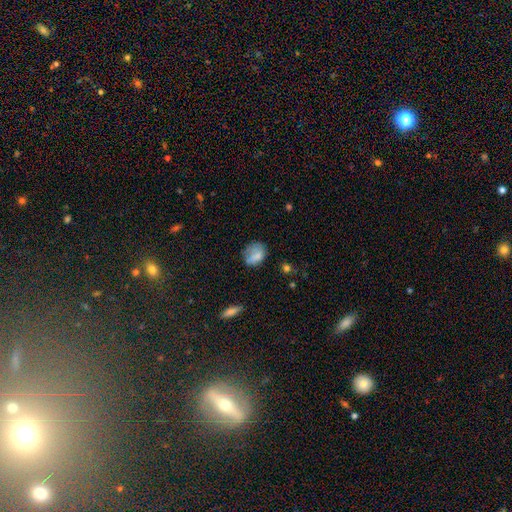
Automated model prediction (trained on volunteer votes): Smooth or featured?
  - smooth: 73% *
  - featured or disk: 17%
  - star or artifact: 10%
How rounded?
  - in between: 53% *
  - round: 45%
  - cigar-shaped: 1%
Merging?
  - none: 49% *
  - minor disturbance: 31%
  - major disturbance: 16%
  - merger: 4%